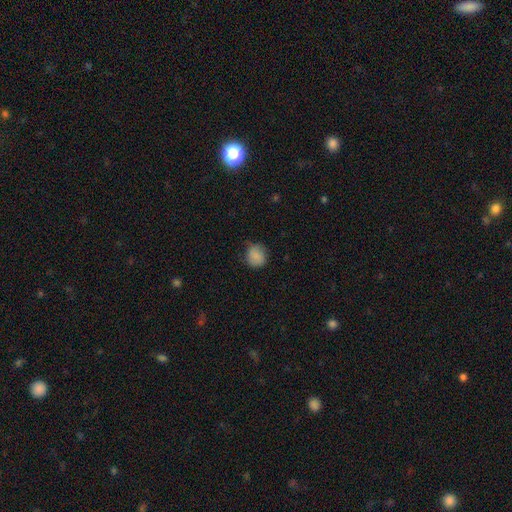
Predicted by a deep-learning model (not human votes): This appears to be a smooth galaxy with no disk features (86%) that is round (80%). Merging: none (74%).